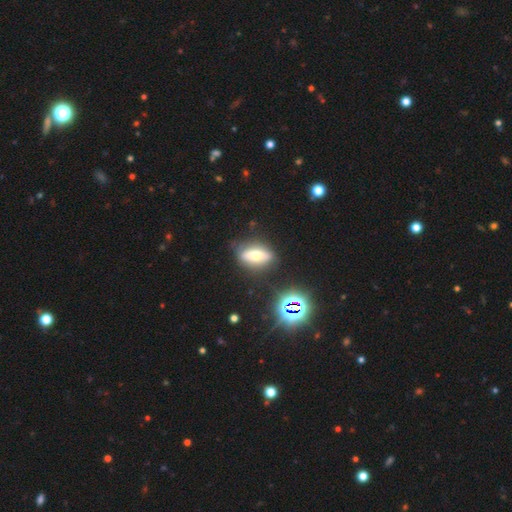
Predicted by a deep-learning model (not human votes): Smooth or featured? smooth (46%)
Merging? none (77%)